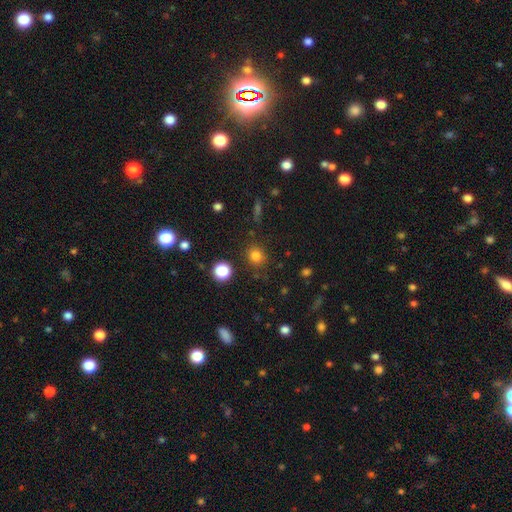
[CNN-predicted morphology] This is clearly a smooth galaxy (80%). How rounded: clearly round (83%). Merging: clearly none (84%).